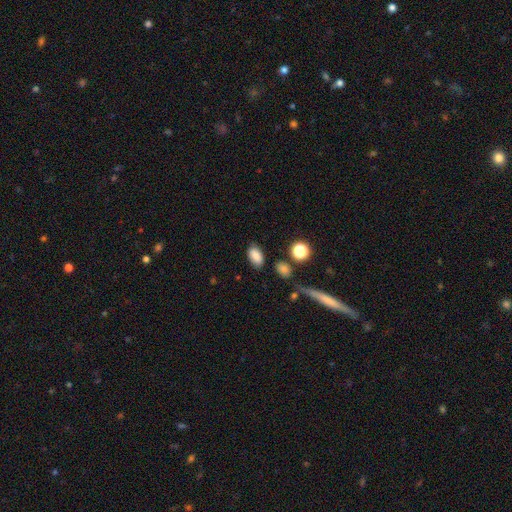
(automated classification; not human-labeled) This is clearly a smooth galaxy (84%). How rounded: clearly in between (90%). Merging: likely none (80%).